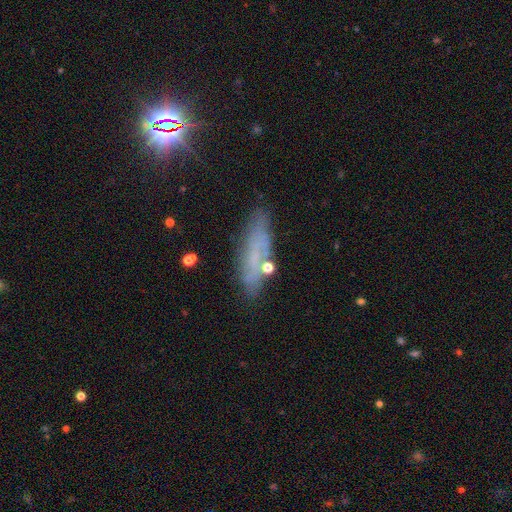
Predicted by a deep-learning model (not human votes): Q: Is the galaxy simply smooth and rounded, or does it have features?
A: smooth — 46%.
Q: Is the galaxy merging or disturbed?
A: none — 76%.